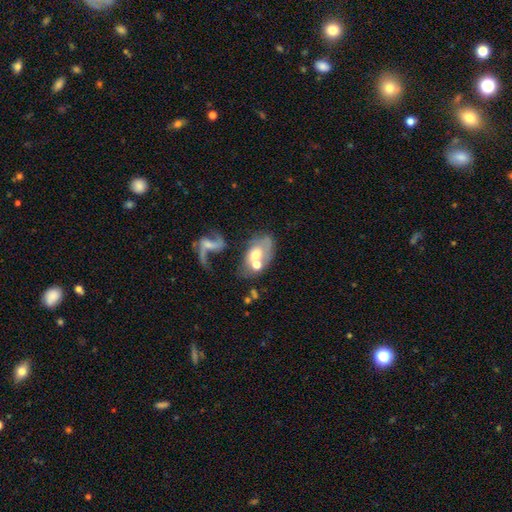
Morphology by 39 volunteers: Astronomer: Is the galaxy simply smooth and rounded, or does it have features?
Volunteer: featured or disk — 56% (runner-up: smooth, 44%).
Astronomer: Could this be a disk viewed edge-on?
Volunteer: no — 95%.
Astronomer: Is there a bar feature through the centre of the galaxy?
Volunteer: no — 62%.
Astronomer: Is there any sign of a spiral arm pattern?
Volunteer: no — 76%.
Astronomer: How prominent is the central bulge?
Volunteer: moderate — 76%.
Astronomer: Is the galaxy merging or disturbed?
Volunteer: merger — 46% (runner-up: none, 31%).